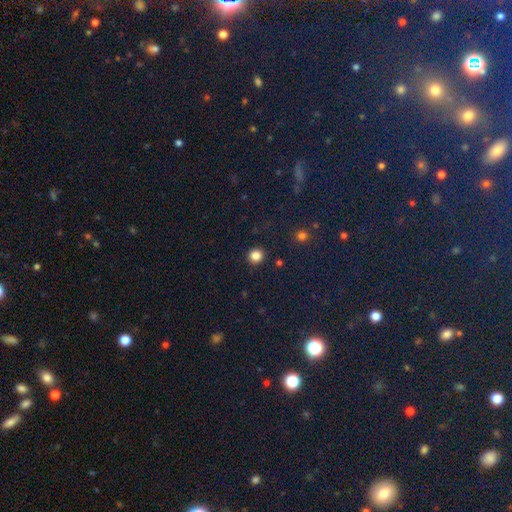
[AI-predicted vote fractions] The model was most divided on "smooth or featured": smooth: 84%, star or artifact: 12%, featured or disk: 4%. More confident: merging — none (92%); how rounded — round (91%).